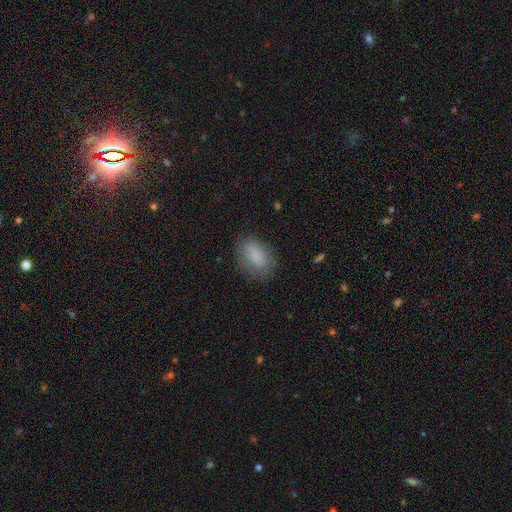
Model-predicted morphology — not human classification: smooth 85%, star or artifact 8%, featured or disk 7%. Down the decision tree: how rounded — in between (86%); merging — none (78%).